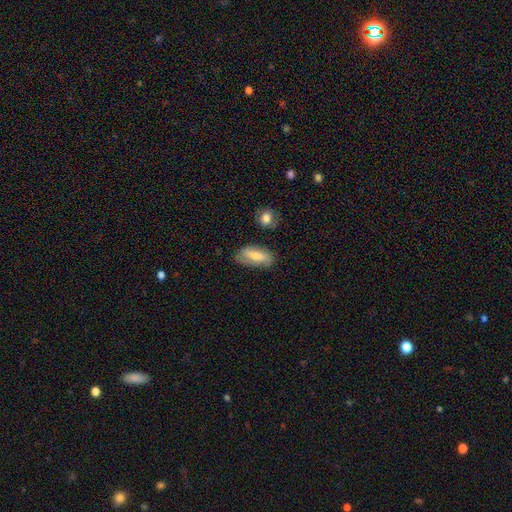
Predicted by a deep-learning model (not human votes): Smooth or featured? Predicted: smooth (p=0.66). How rounded? Predicted: in between (p=0.84). Merging? Predicted: none (p=0.70).